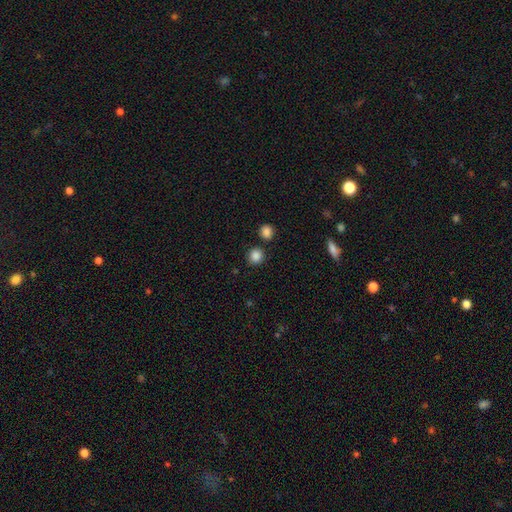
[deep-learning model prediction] Smooth or featured? smooth (86%)
How rounded? round (88%)
Merging? none (83%)